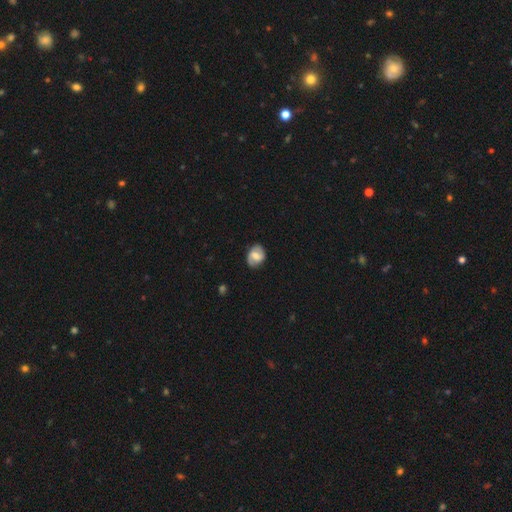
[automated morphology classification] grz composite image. It shows a featured or disk galaxy (53%) with a weak bar (49%), spiral arms (80%) and a moderate central bulge (54%). Merging: none (80%).